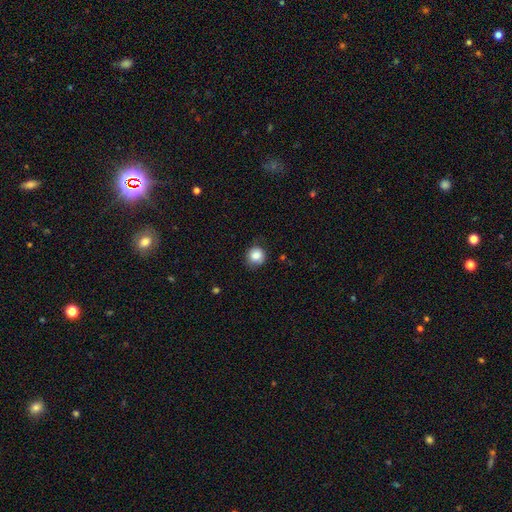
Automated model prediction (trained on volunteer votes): This appears to be a smooth galaxy with no disk features (84%) that is round (88%). Merging: none (77%).